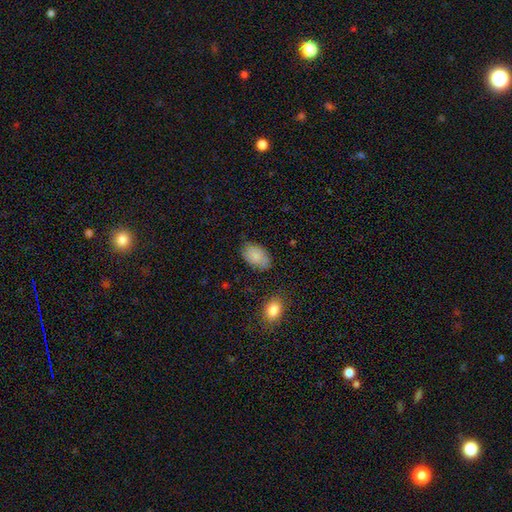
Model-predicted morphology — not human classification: This appears to be a smooth galaxy with no disk features (83%) that is in between round and cigar-shaped (90%). Merging: none (74%).